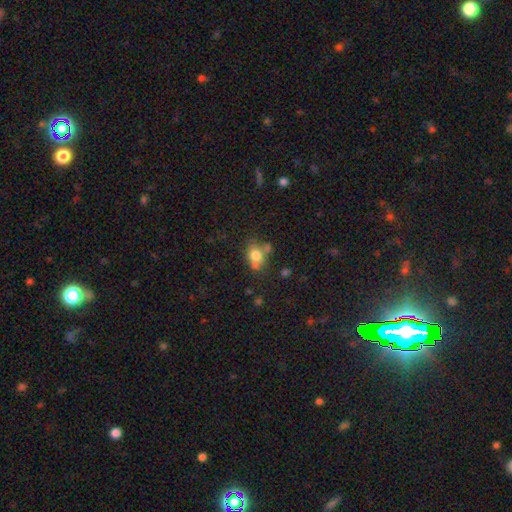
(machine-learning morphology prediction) Smooth or featured? smooth (73%)
How rounded? in between (60%)
Merging? none (49%)